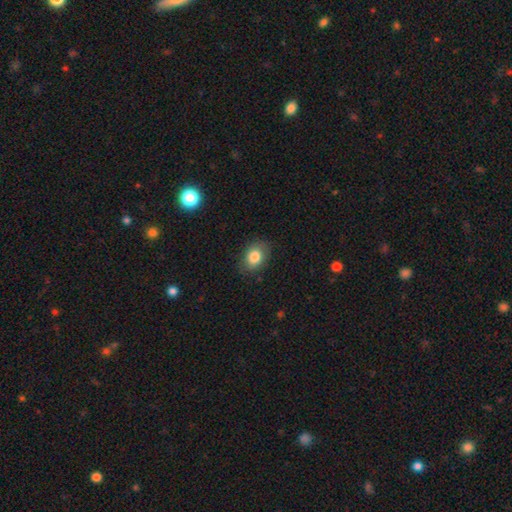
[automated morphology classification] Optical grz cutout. It shows a smooth galaxy with no disk features (83%) that is in between round and cigar-shaped (69%). Merging: none (82%).